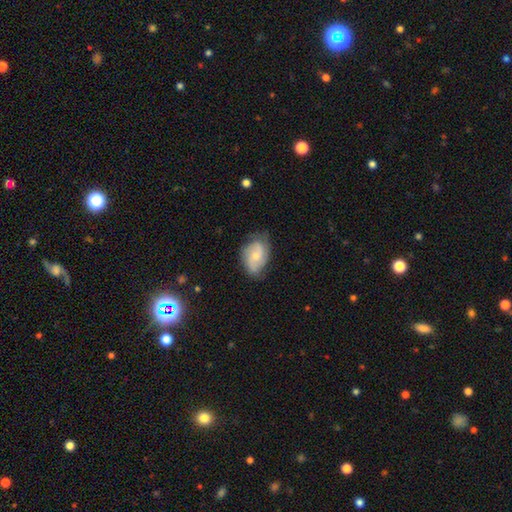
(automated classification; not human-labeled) Smooth or featured?
  - featured or disk: 55% *
  - smooth: 38%
  - star or artifact: 7%
Edge-on disk?
  - no: 96% *
  - yes: 4%
Bar?
  - no: 65% *
  - weak: 30%
  - strong: 5%
Spiral arms?
  - yes: 88% *
  - no: 12%
Bulge size?
  - small: 54% *
  - moderate: 39%
  - none: 4%
  - large: 2%
  - dominant: 1%
Merging?
  - none: 65% *
  - minor disturbance: 26%
  - major disturbance: 8%
  - merger: 1%